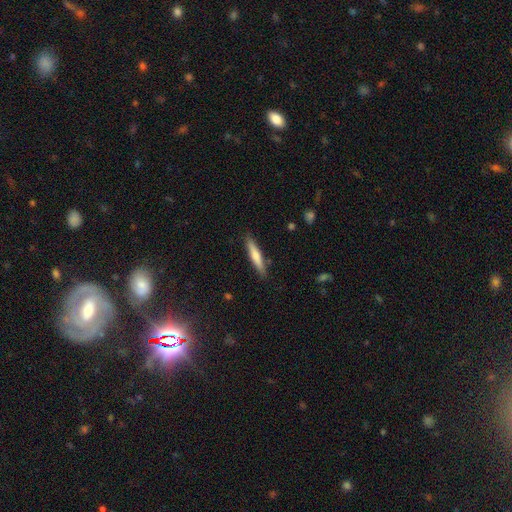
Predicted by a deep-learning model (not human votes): smooth 65%, featured or disk 29%, star or artifact 6%. Down the decision tree: how rounded — cigar-shaped (91%); merging — none (87%).